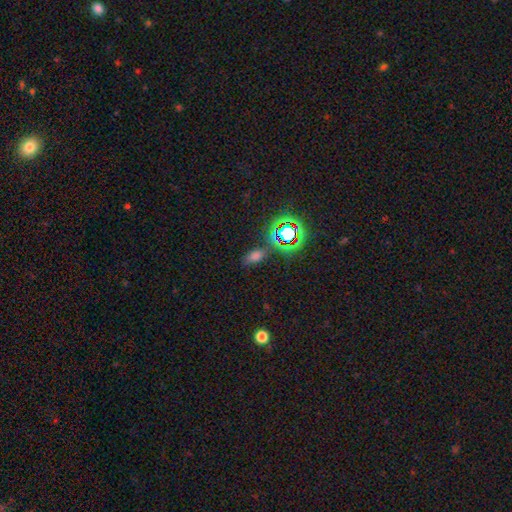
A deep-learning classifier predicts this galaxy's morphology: Overall: smooth (59%; star or artifact 31%). How rounded: in between (77%). Merging: none (76%).